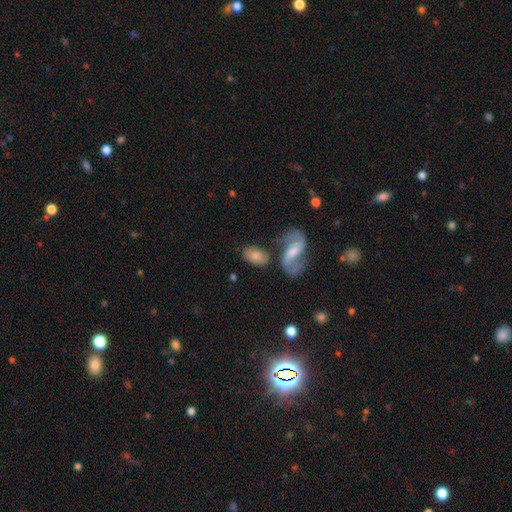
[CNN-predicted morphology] smooth_or_featured: smooth (p=0.65) [alt: featured or disk p=0.28]
how_rounded: in between (p=0.90) [alt: round p=0.07]
merging: none (p=0.58) [alt: merger p=0.18]